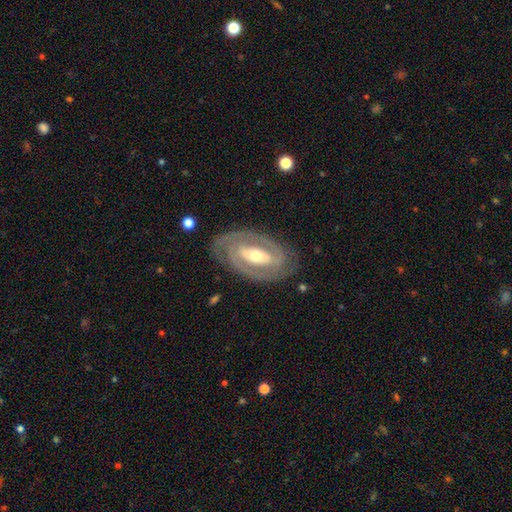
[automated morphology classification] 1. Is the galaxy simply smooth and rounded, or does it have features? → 86% featured or disk, 9% smooth, 4% star or artifact.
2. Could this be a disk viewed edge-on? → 94% no, 6% yes.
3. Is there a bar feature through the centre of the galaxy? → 44% strong, 28% weak, 28% no.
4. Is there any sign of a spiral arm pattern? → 87% yes, 13% no.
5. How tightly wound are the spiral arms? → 68% tight, 26% medium, 7% loose.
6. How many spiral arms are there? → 77% 2, 12% can't tell, 5% 3, 3% 1, 2% 4, 2% more than 4.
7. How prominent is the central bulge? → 57% moderate, 37% small, 4% large, 1% dominant, 1% none.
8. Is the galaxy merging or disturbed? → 81% none, 12% minor disturbance, 5% major disturbance, 1% merger.